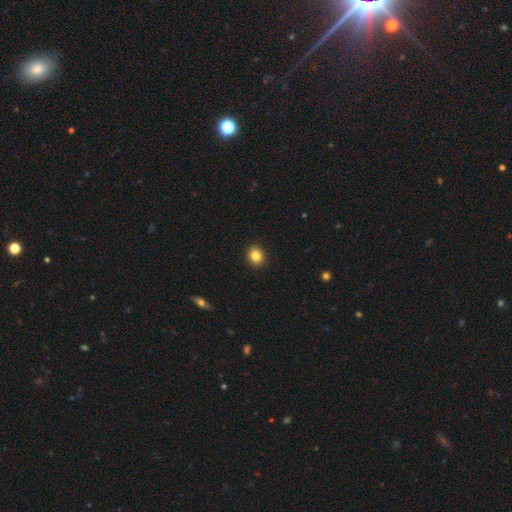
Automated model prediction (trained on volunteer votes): A smooth galaxy with no disk features (84%) that is round (75%). Merging: none (92%).